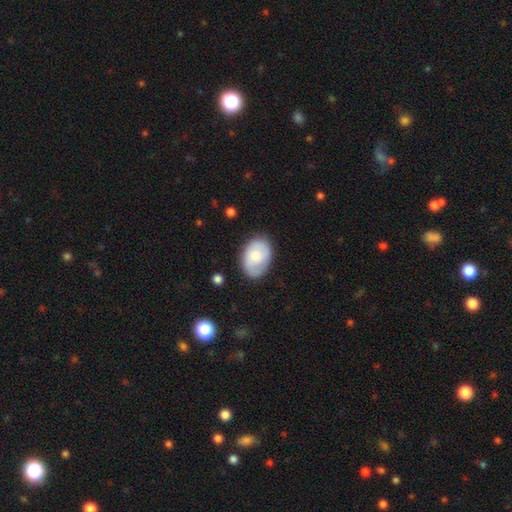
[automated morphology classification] Smooth or featured? smooth (64%)
How rounded? in between (82%)
Merging? none (75%)